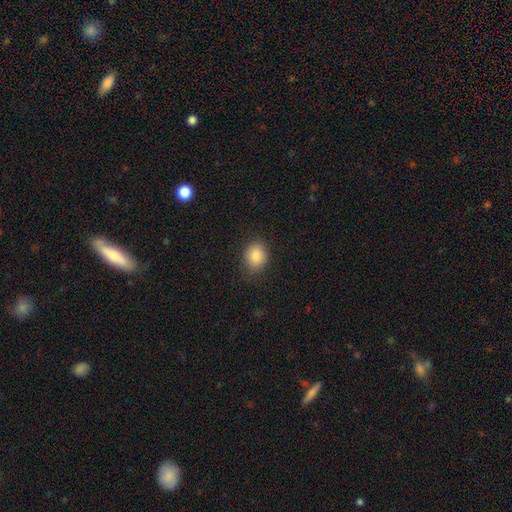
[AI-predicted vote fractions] The model was most divided on "how rounded": round: 52%, in between: 47%, cigar-shaped: 1%. More confident: smooth or featured — smooth (86%); merging — none (83%).